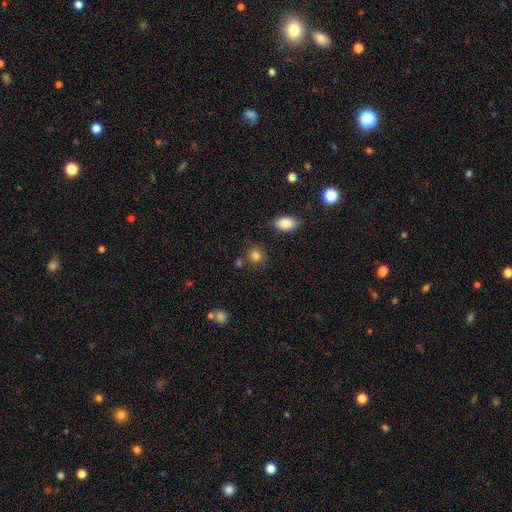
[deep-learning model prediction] smooth 83%, star or artifact 11%, featured or disk 6%. Down the decision tree: how rounded — round (83%); merging — none (78%).